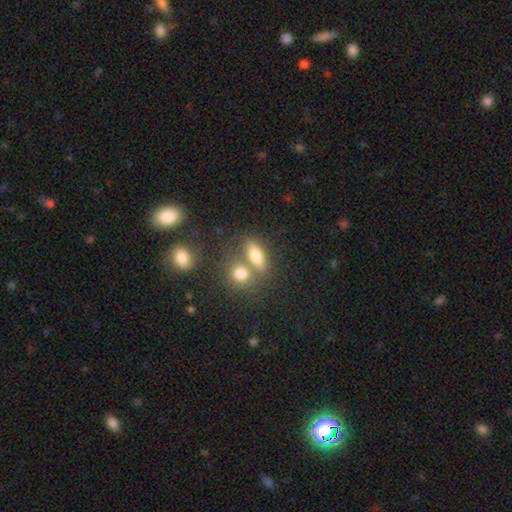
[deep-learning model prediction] smooth-or-featured: smooth: 73% | featured or disk: 16% | star or artifact: 11%
  how-rounded: in between: 65% | round: 18% | cigar-shaped: 17%
  merging: none: 49% | merger: 36% | minor disturbance: 10% | major disturbance: 5%